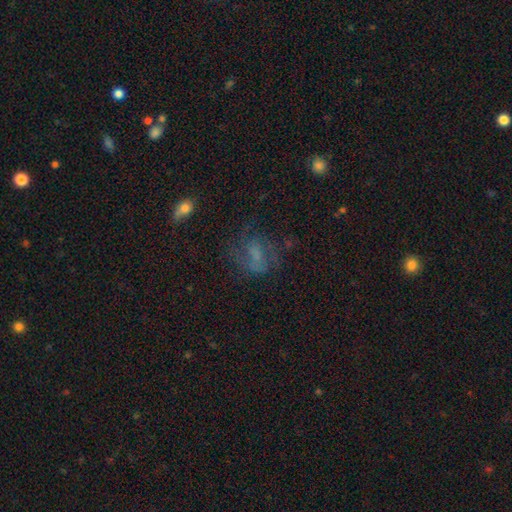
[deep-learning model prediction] A featured or disk galaxy (45%). Merging: none (53%).